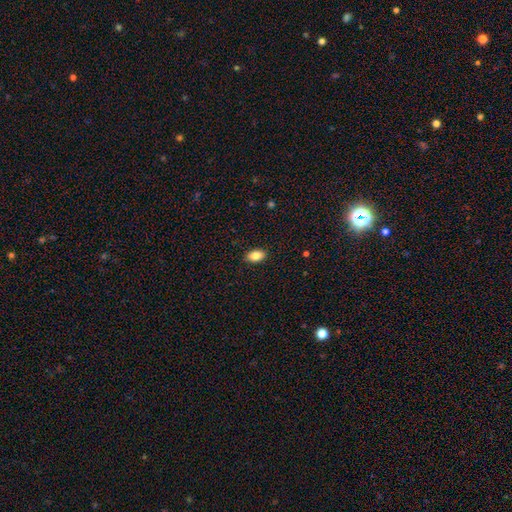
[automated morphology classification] Overall: smooth (85%). How rounded: in between (90%). Merging: none (89%).